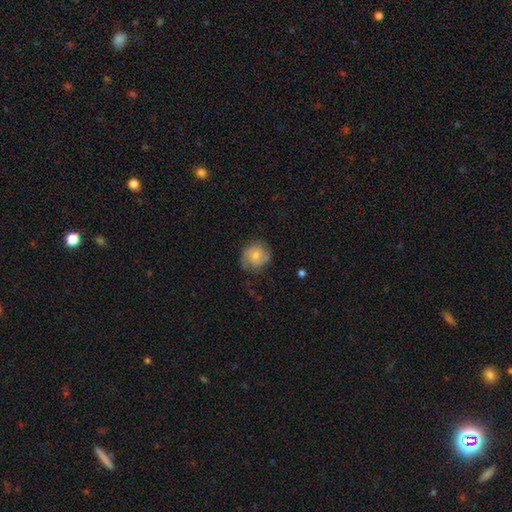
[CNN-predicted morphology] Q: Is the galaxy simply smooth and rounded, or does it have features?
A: featured or disk — 49%.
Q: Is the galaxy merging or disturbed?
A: none — 71%.